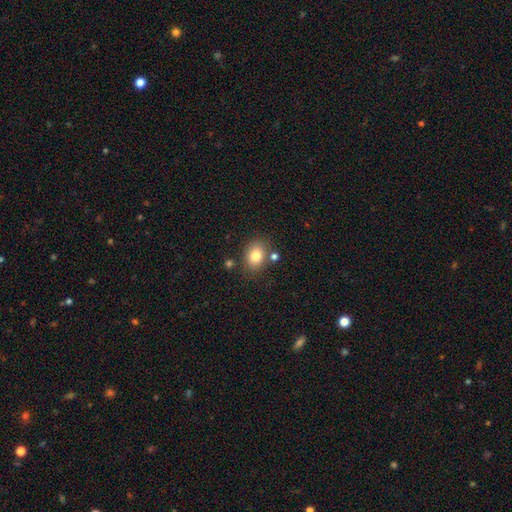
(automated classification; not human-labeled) A smooth galaxy with no disk features (81%) that is in between round and cigar-shaped (64%). Merging: none (74%).